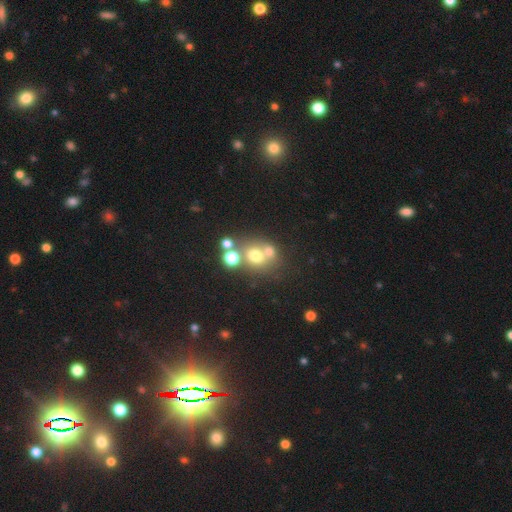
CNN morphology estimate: Q: Smooth or featured?
A: smooth (64%); runner-up: star or artifact (18%)
Q: How rounded?
A: round (76%); runner-up: in between (23%)
Q: Merging?
A: none (45%); runner-up: merger (41%)